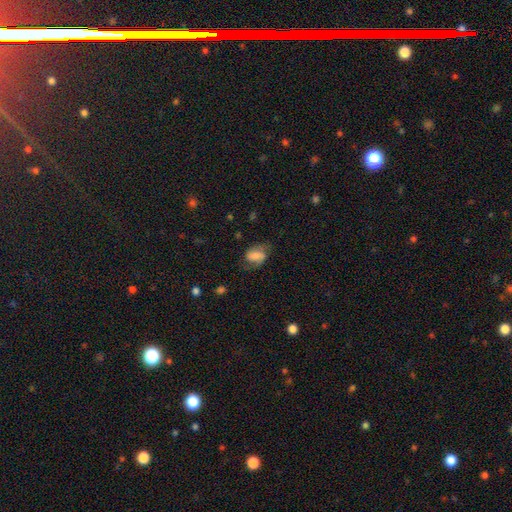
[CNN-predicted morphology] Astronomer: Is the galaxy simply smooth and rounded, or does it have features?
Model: smooth — 47% (runner-up: featured or disk, 44%).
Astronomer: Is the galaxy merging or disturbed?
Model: none — 61%.